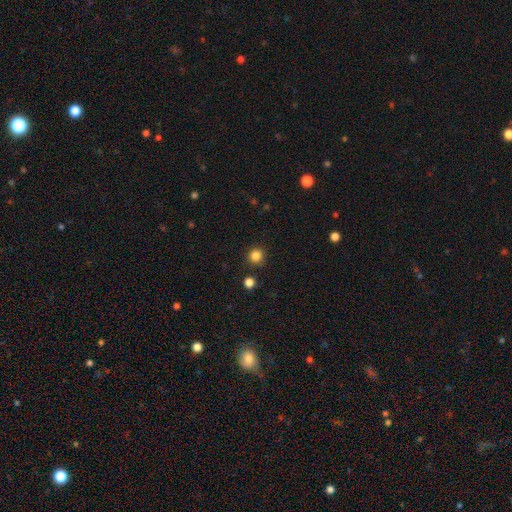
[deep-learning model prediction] smooth 84%, star or artifact 12%, featured or disk 3%. Down the decision tree: how rounded — round (93%); merging — none (88%).